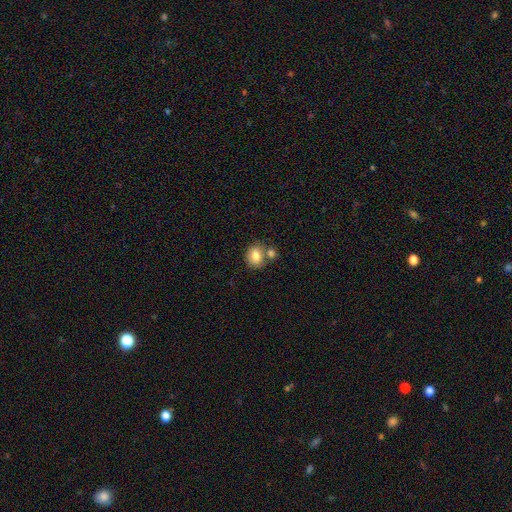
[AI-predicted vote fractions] Smooth or featured? Predicted: smooth (p=0.81). How rounded? Predicted: round (p=0.58). Merging? Predicted: none (p=0.54).